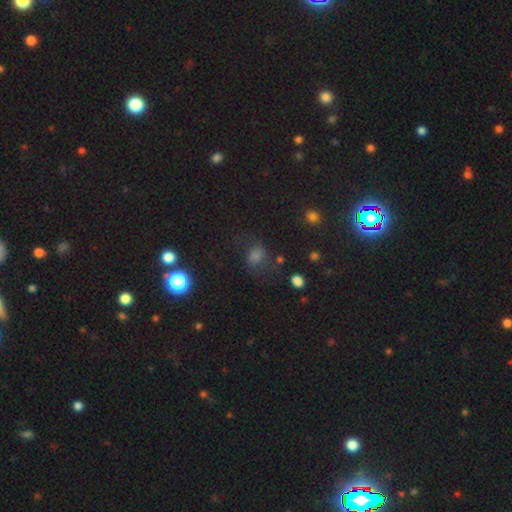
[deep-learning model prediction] Smooth or featured: smooth — 55% (star or artifact — 29%)
How rounded: round — 54% (in between — 44%)
Merging: none — 58% (minor disturbance — 21%)